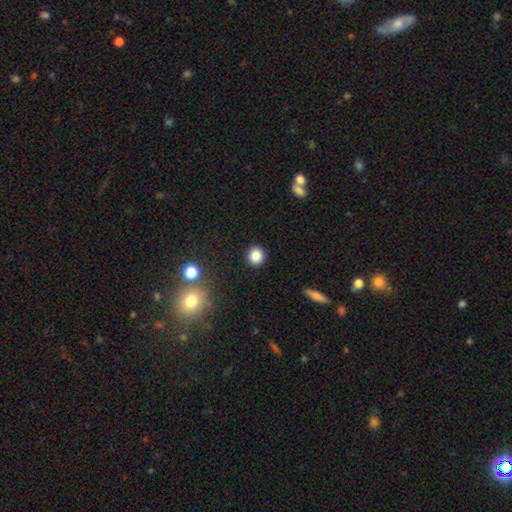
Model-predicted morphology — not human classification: type=smooth (85%); roundness=round (86%); merging=none (90%).